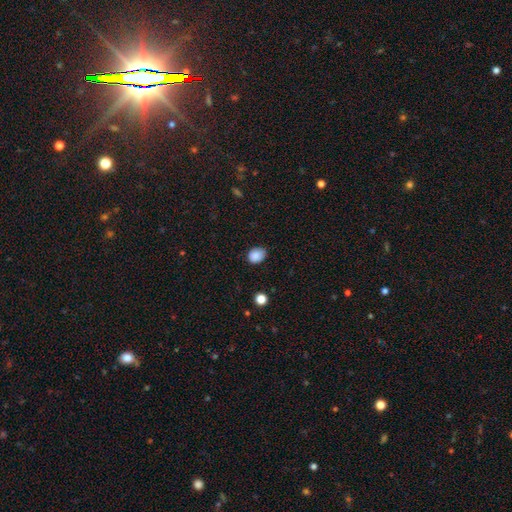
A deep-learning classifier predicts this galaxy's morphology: Smooth or featured? Predicted: smooth (p=0.87). How rounded? Predicted: in between (p=0.52). Merging? Predicted: none (p=0.76).